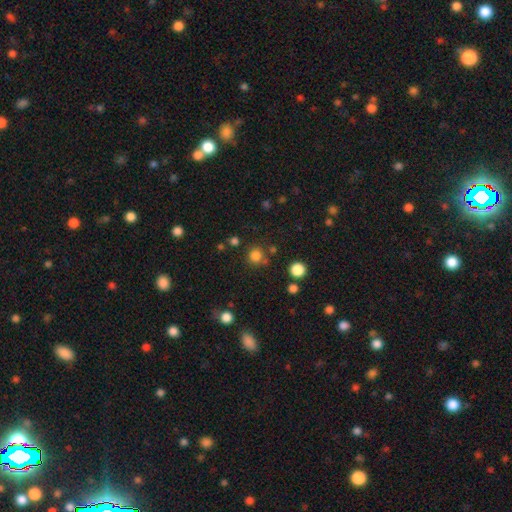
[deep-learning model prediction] This is likely a smooth galaxy (80%). How rounded: clearly round (92%). Merging: likely none (77%).